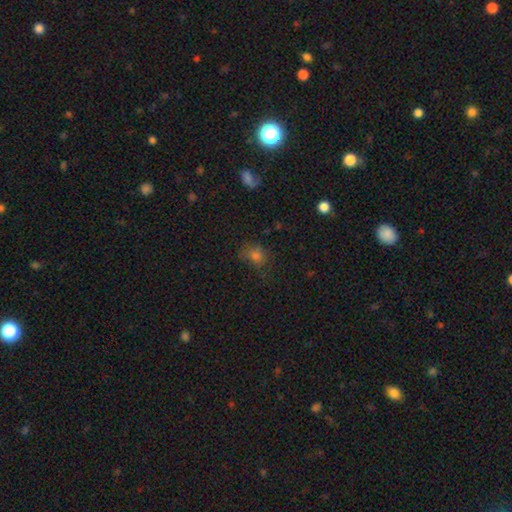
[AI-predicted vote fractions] Morphology: type=smooth (68%); roundness=round (59%); merging=none (58%).